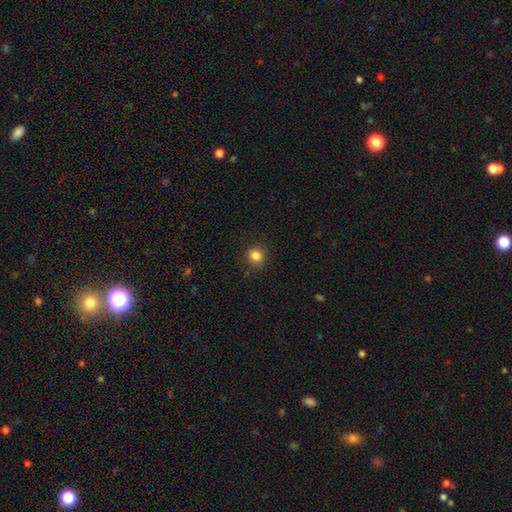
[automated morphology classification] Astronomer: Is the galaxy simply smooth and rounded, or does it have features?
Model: smooth — 84%.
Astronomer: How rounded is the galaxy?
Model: round — 92%.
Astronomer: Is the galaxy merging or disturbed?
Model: none — 89%.